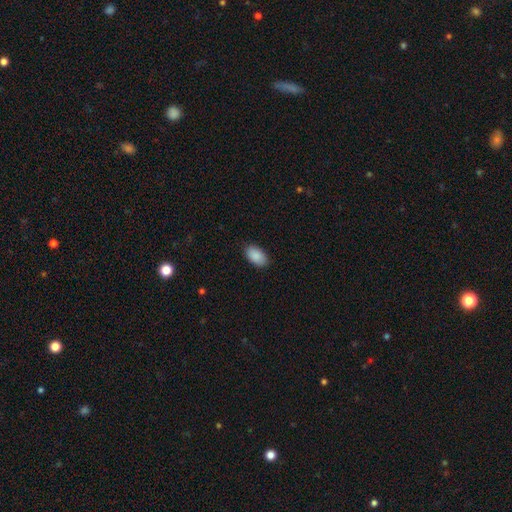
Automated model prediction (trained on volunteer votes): A smooth galaxy with no disk features (90%) that is in between round and cigar-shaped (94%).

Vote fractions:
- Smooth or featured? smooth: 90% / star or artifact: 7% / featured or disk: 3%
- How rounded? in between: 94% / round: 5% / cigar-shaped: 1%
- Merging? none: 87% / minor disturbance: 10% / major disturbance: 2% / merger: 1%